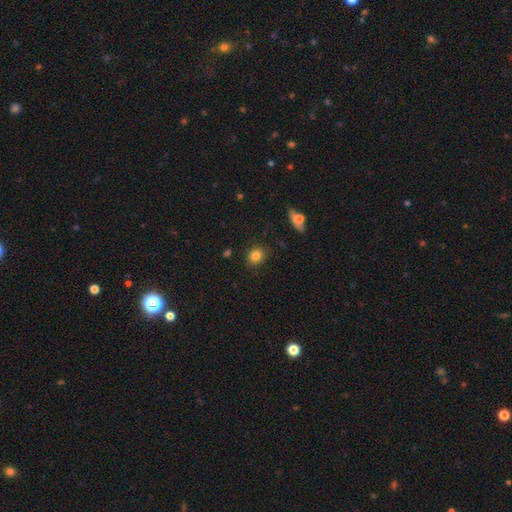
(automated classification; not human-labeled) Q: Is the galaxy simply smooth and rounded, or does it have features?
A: smooth — 82%.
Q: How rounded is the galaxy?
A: round — 66%.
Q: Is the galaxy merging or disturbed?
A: none — 86%.